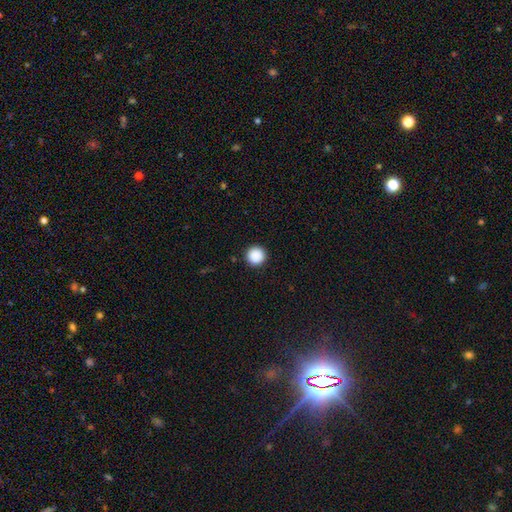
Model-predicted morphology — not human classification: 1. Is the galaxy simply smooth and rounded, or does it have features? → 89% smooth, 9% star or artifact, 2% featured or disk.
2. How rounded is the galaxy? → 96% round, 3% in between, 1% cigar-shaped.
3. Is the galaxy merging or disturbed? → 93% none, 4% minor disturbance, 2% major disturbance, 1% merger.